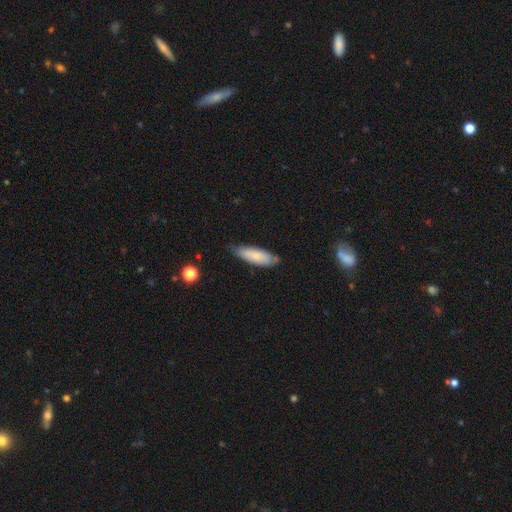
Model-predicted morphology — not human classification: smooth 77%, featured or disk 17%, star or artifact 6%. Down the decision tree: how rounded — in between (54%); merging — none (69%).